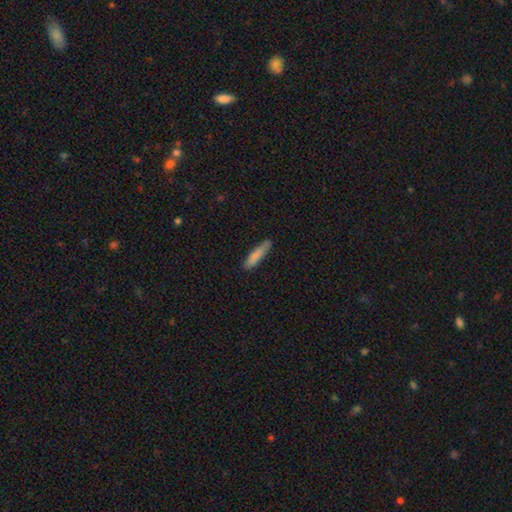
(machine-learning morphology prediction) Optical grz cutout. It shows a smooth galaxy with no disk features (83%) that is cigar-shaped (83%). Merging: none (78%).